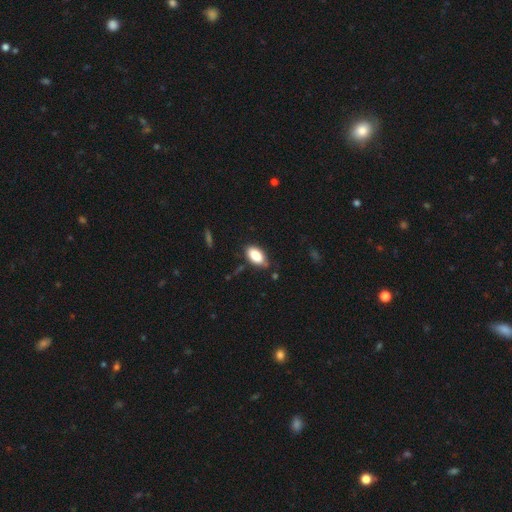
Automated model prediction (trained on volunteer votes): Q: Smooth or featured?
A: smooth (84%); runner-up: featured or disk (8%)
Q: How rounded?
A: in between (93%); runner-up: round (4%)
Q: Merging?
A: none (73%); runner-up: minor disturbance (21%)